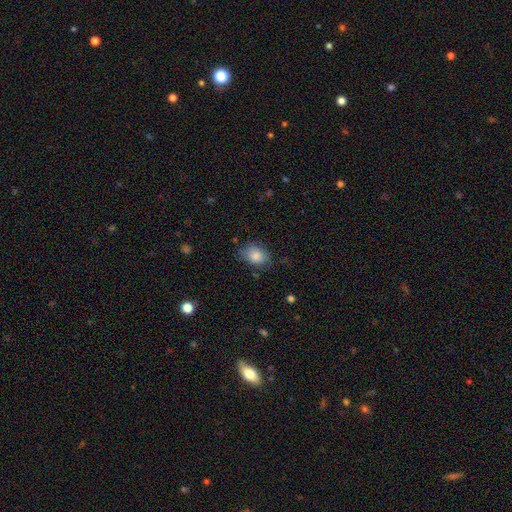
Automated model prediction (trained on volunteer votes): smooth-or-featured: smooth: 85% | star or artifact: 8% | featured or disk: 7%
  how-rounded: in between: 66% | round: 32% | cigar-shaped: 1%
  merging: none: 71% | minor disturbance: 22% | major disturbance: 6% | merger: 2%